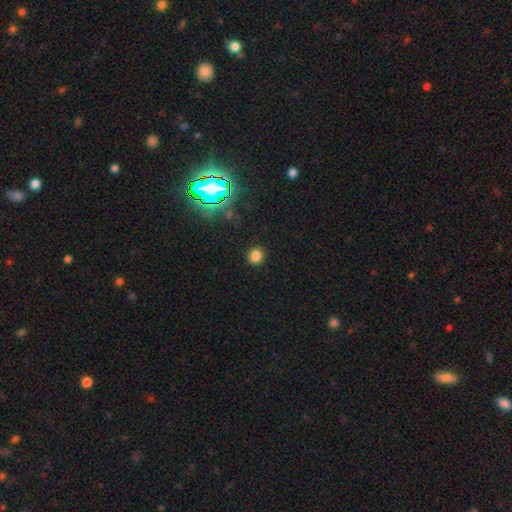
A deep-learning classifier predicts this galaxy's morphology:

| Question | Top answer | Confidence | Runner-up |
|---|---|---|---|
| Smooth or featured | smooth | 78% | star or artifact (18%) |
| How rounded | round | 83% | in between (16%) |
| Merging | none | 89% | minor disturbance (7%) |